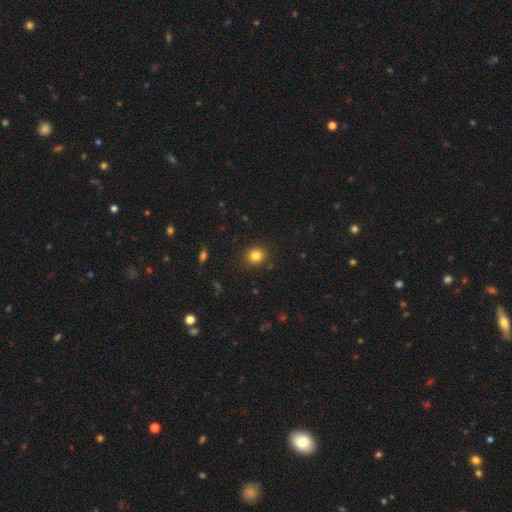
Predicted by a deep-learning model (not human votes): A smooth galaxy with no disk features (83%) that is round (74%). Merging: none (89%).